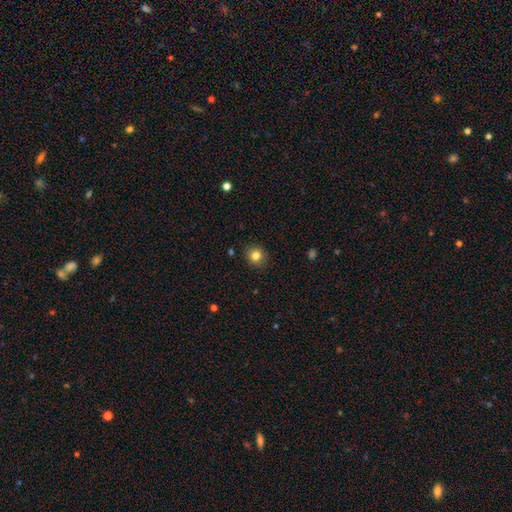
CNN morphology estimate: A smooth galaxy with no disk features (81%) that is round (88%). Merging: none (90%).